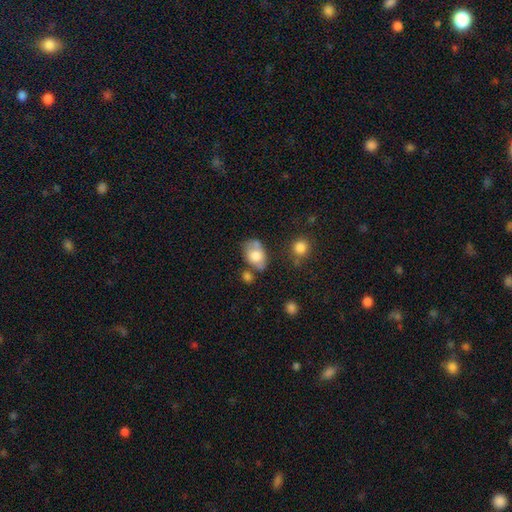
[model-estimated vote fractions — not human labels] Q: Smooth or featured?
A: smooth (67%); runner-up: featured or disk (25%)
Q: How rounded?
A: in between (82%); runner-up: round (16%)
Q: Merging?
A: none (47%); runner-up: minor disturbance (25%)